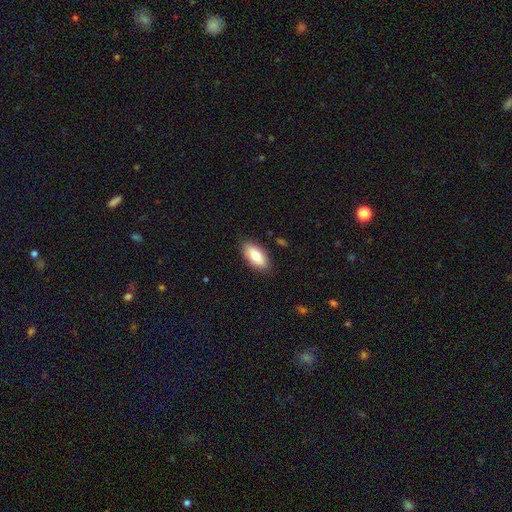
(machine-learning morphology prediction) Q: Smooth or featured?
A: smooth (78%); runner-up: featured or disk (16%)
Q: How rounded?
A: in between (92%); runner-up: cigar-shaped (6%)
Q: Merging?
A: none (85%); runner-up: minor disturbance (11%)